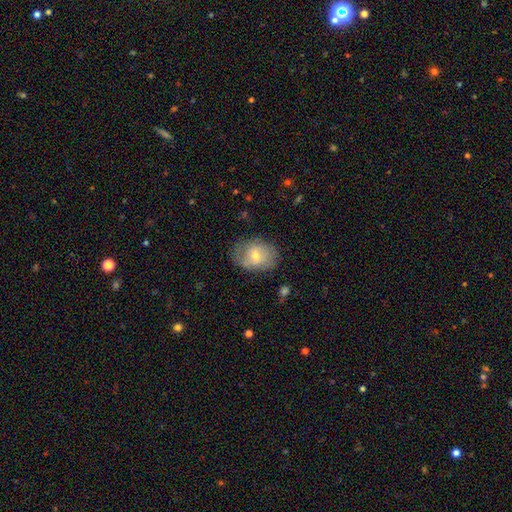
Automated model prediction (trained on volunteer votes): smooth 60%, featured or disk 33%, star or artifact 8%. Down the decision tree: how rounded — in between (66%); merging — none (66%).